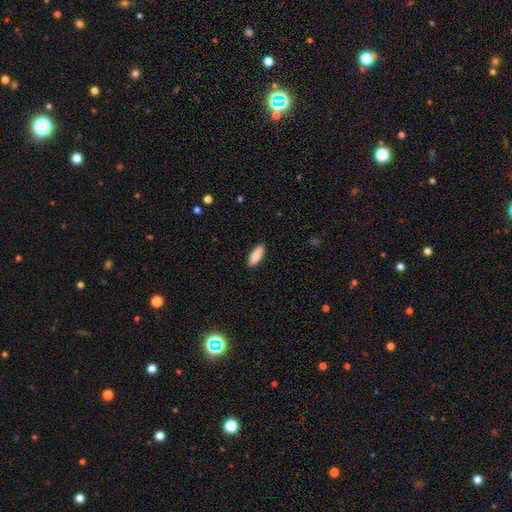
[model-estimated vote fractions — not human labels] The model was most divided on "how rounded": in between: 68%, cigar-shaped: 31%, round: 2%. More confident: merging — none (88%); smooth or featured — smooth (84%).